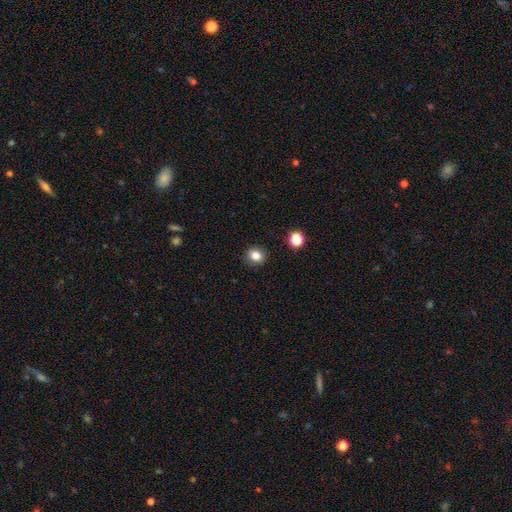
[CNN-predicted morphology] Overall: smooth (82%). How rounded: round (77%). Merging: none (90%).